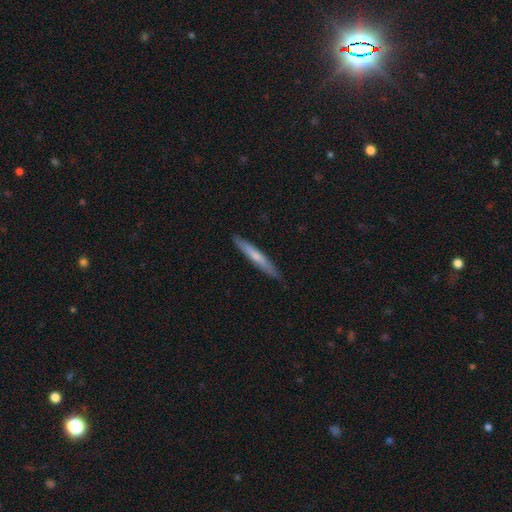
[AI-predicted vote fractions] Overall: smooth (59%; featured or disk 36%). How rounded: cigar-shaped (95%). Merging: none (88%).